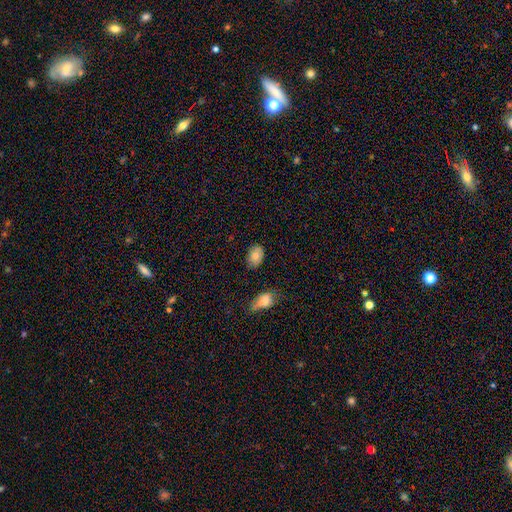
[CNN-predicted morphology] smooth 80%, featured or disk 12%, star or artifact 8%. Down the decision tree: how rounded — in between (83%); merging — none (80%).